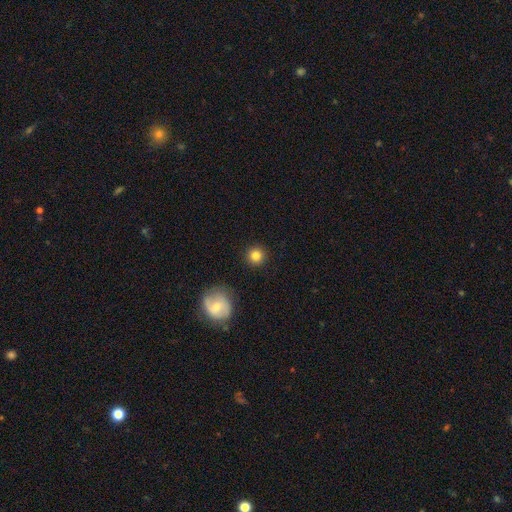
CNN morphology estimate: Overall: smooth (84%). How rounded: round (94%). Merging: none (90%).